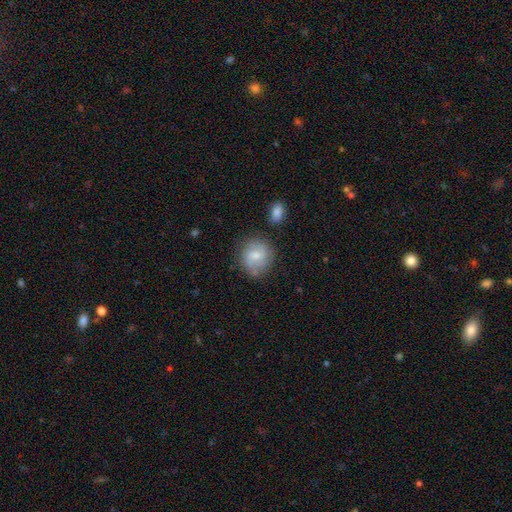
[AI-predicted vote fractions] Q: Smooth or featured?
A: smooth (66%); runner-up: featured or disk (26%)
Q: How rounded?
A: round (82%); runner-up: in between (17%)
Q: Merging?
A: none (70%); runner-up: minor disturbance (19%)